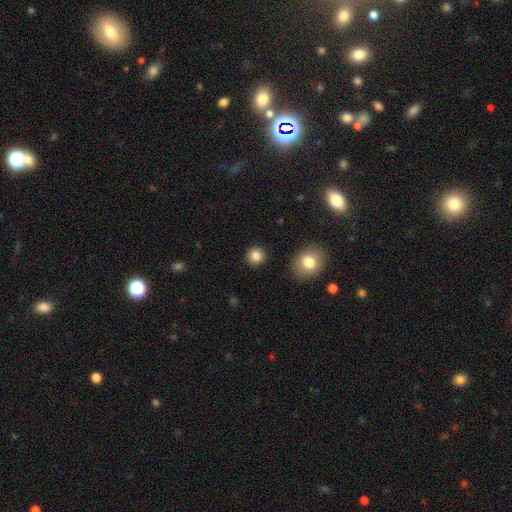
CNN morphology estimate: type=smooth (84%); roundness=round (92%); merging=none (91%).